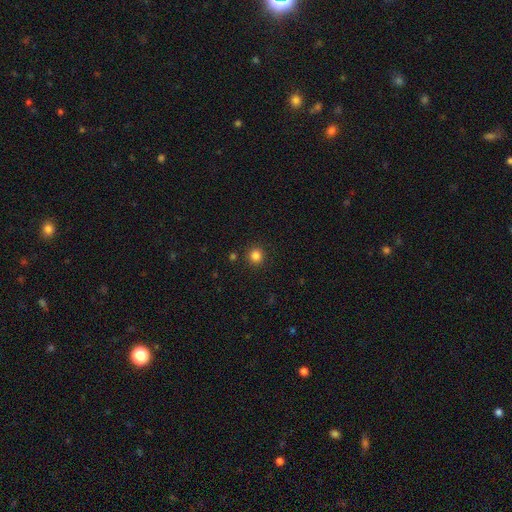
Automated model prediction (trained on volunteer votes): Smooth or featured? Predicted: smooth (p=0.83). How rounded? Predicted: round (p=0.94). Merging? Predicted: none (p=0.91).